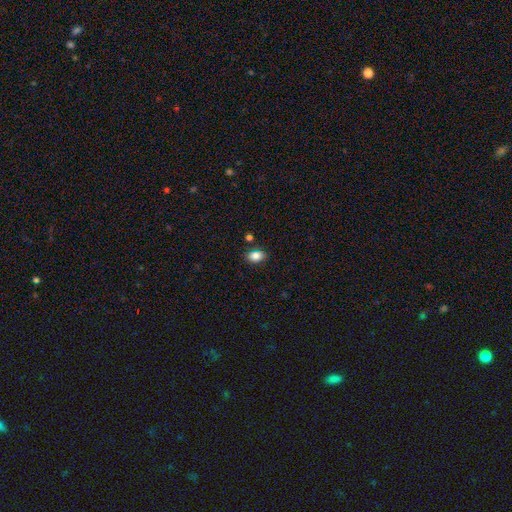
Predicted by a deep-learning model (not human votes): This appears to be a smooth galaxy with no disk features (84%) that is in between round and cigar-shaped (78%). Merging: none (80%).